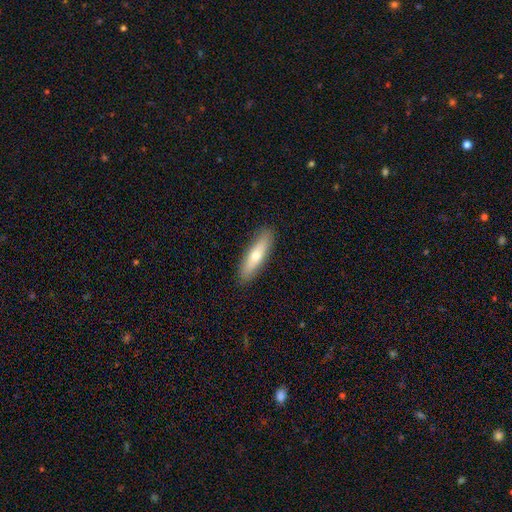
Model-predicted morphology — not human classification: smooth_or_featured: smooth (p=0.60) [alt: featured or disk p=0.34]
how_rounded: cigar-shaped (p=0.69) [alt: in between p=0.29]
merging: none (p=0.89) [alt: minor disturbance p=0.08]